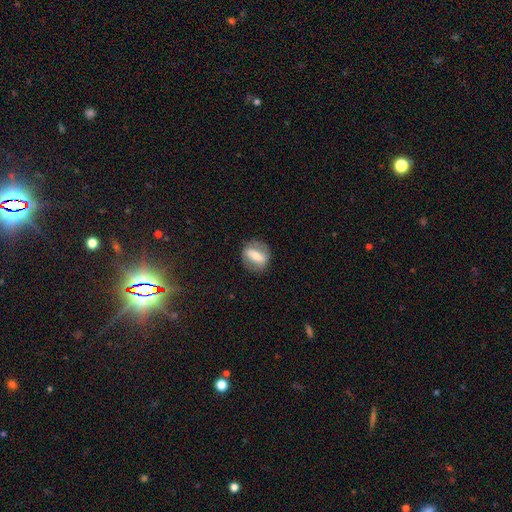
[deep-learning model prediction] Smooth or featured?
  - featured or disk: 53% *
  - smooth: 40%
  - star or artifact: 7%
Edge-on disk?
  - no: 80% *
  - yes: 20%
Merging?
  - none: 82% *
  - minor disturbance: 12%
  - major disturbance: 5%
  - merger: 1%